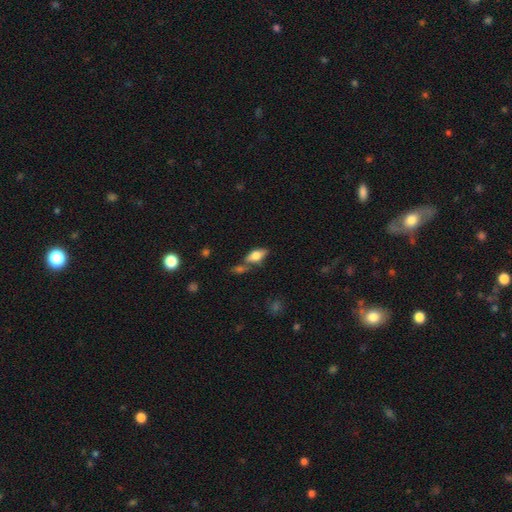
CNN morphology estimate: Overall: smooth (66%). How rounded: in between (82%). Merging: none (53%; merger 25%).